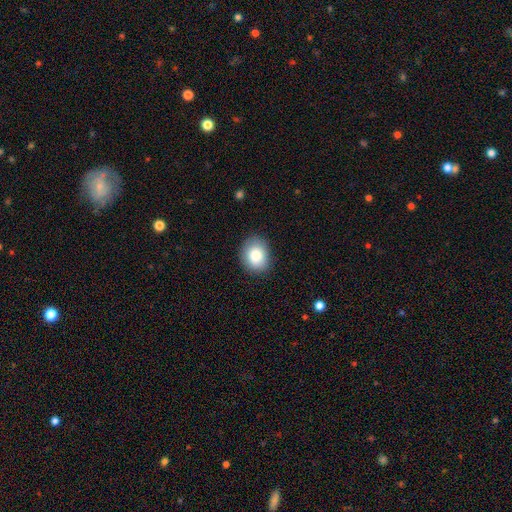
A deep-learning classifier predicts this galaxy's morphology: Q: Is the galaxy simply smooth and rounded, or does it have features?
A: smooth — 85%.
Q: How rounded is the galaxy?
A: round — 54%.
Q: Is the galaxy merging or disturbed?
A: none — 86%.